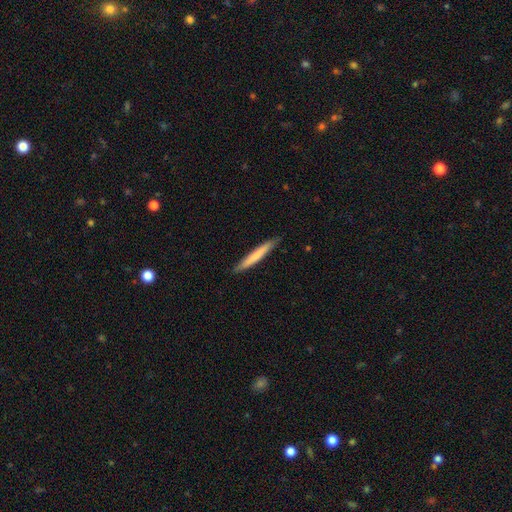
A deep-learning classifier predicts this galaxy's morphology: The model was most divided on "smooth or featured": smooth: 70%, featured or disk: 25%, star or artifact: 5%. More confident: how rounded — cigar-shaped (96%); merging — none (88%).